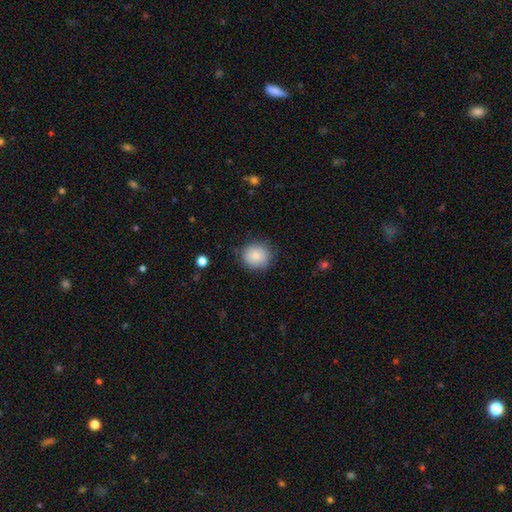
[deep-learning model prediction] smooth_or_featured: smooth (p=0.86) [alt: star or artifact p=0.08]
how_rounded: round (p=0.84) [alt: in between p=0.15]
merging: none (p=0.82) [alt: minor disturbance p=0.13]